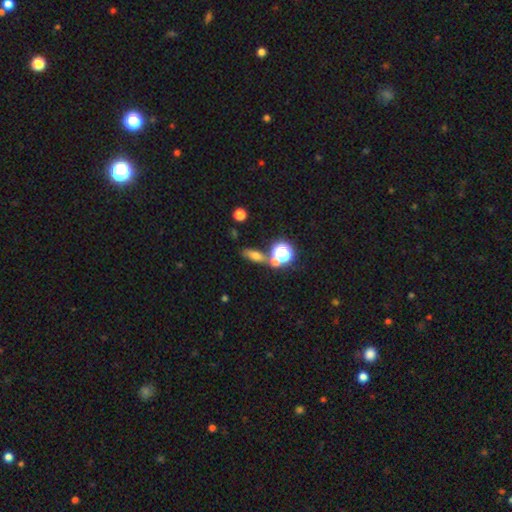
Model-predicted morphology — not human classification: Smooth or featured? Predicted: smooth (p=0.57). How rounded? Predicted: in between (p=0.51). Merging? Predicted: none (p=0.67).